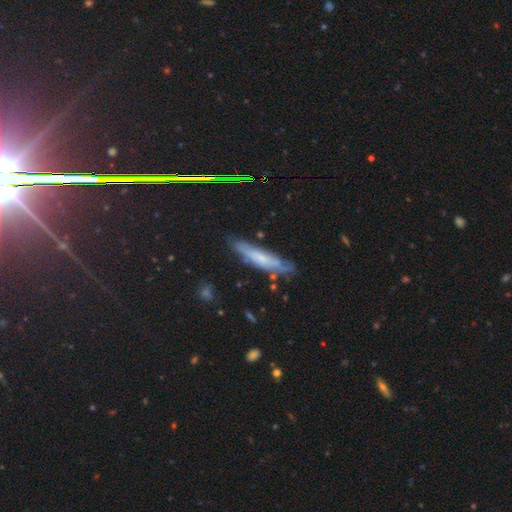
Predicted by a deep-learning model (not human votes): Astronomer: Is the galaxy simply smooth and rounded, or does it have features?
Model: featured or disk — 42% (runner-up: smooth, 33%).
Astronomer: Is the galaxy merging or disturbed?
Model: none — 74%.